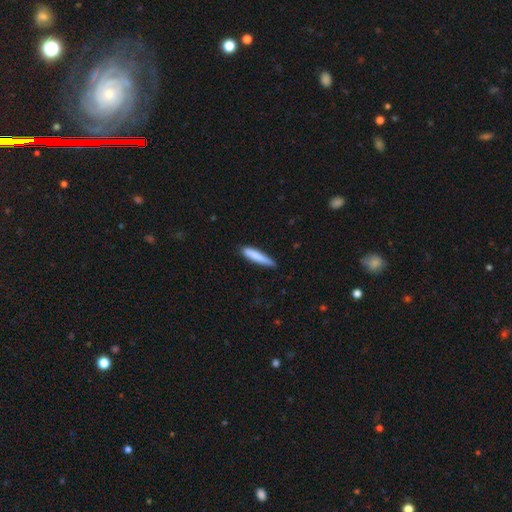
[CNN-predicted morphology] Smooth or featured? smooth (82%)
How rounded? cigar-shaped (88%)
Merging? none (75%)